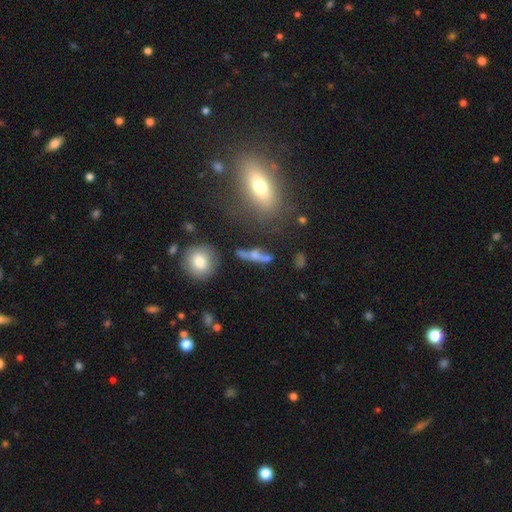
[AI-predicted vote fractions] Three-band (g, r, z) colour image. It shows a featured or disk galaxy (44%). Merging: none (56%).